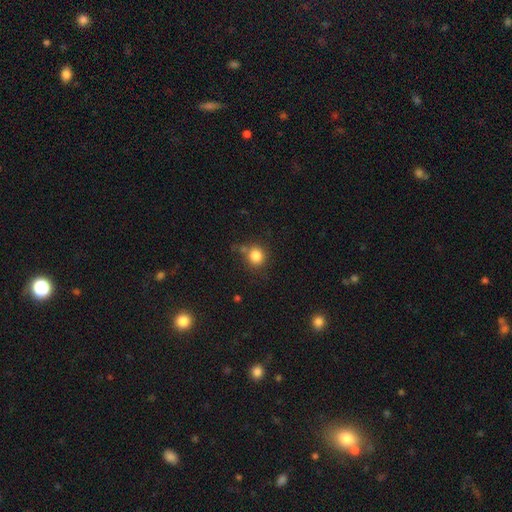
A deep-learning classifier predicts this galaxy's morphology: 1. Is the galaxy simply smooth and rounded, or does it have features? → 83% smooth, 11% star or artifact, 5% featured or disk.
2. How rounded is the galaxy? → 87% round, 12% in between, 1% cigar-shaped.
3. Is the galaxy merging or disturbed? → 70% none, 15% minor disturbance, 10% merger, 5% major disturbance.